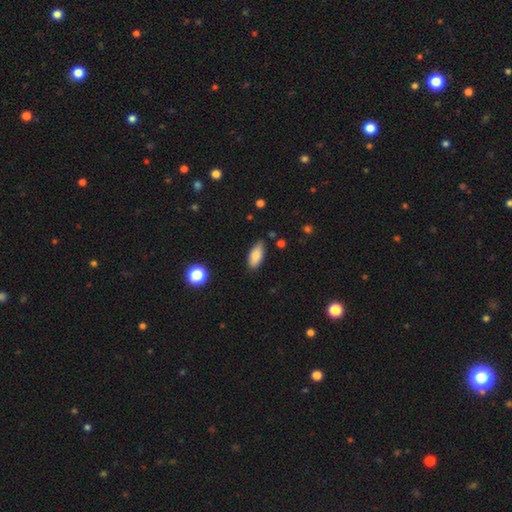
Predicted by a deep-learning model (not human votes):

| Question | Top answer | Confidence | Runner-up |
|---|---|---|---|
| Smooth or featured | smooth | 85% | featured or disk (8%) |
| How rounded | in between | 85% | cigar-shaped (12%) |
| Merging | none | 82% | minor disturbance (14%) |